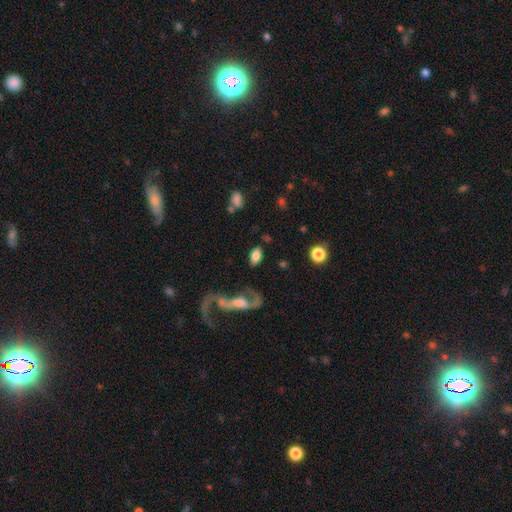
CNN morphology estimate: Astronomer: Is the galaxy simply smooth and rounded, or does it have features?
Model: smooth — 73%.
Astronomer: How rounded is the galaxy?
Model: in between — 90%.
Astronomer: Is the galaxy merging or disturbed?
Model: none — 76%.